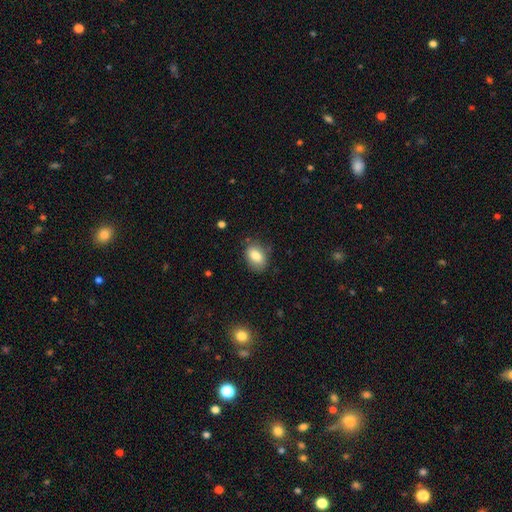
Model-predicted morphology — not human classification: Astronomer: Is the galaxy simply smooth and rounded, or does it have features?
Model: smooth — 82%.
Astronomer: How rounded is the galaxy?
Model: in between — 83%.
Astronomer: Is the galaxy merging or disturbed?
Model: none — 75%.